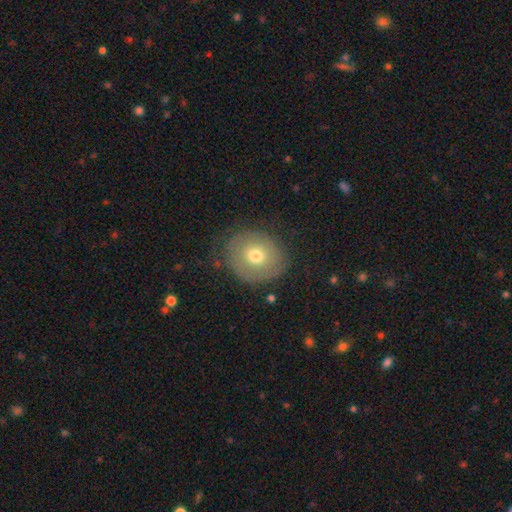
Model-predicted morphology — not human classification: Overall: smooth (61%; featured or disk 30%). How rounded: round (71%). Merging: none (72%).